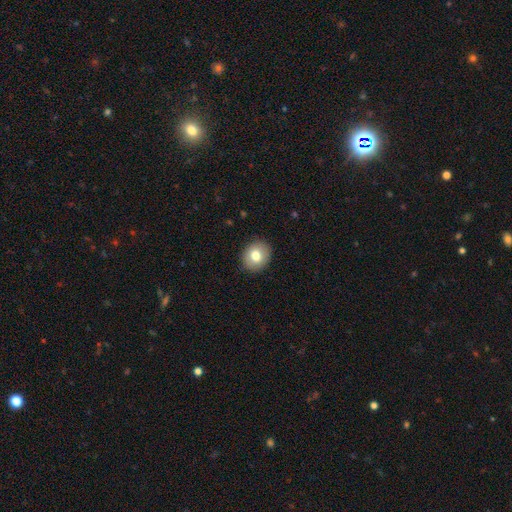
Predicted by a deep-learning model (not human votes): Smooth or featured? Predicted: smooth (p=0.78). How rounded? Predicted: round (p=0.72). Merging? Predicted: none (p=0.90).